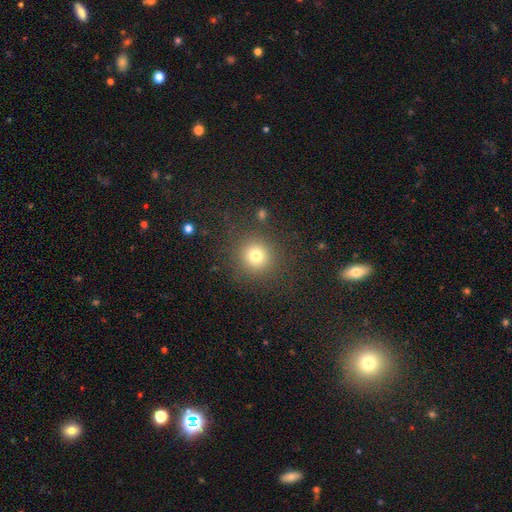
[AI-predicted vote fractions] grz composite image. It shows a smooth galaxy with no disk features (76%) that is round (92%). Merging: none (84%).